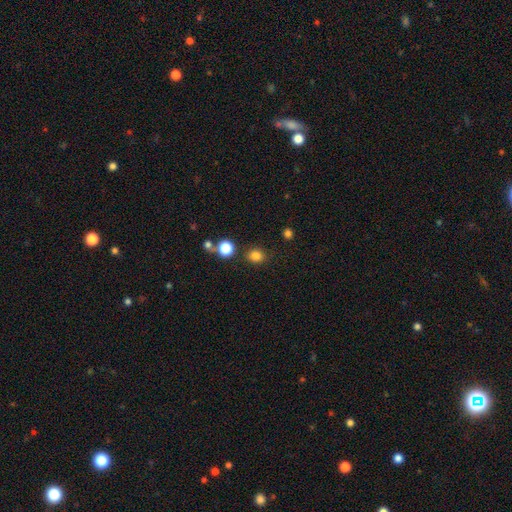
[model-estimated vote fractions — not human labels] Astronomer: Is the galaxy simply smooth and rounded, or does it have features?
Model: smooth — 82%.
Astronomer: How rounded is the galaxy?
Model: round — 77%.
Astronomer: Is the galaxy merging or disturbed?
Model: none — 83%.